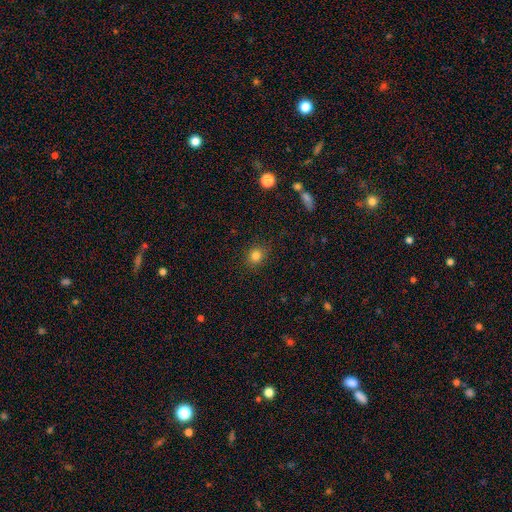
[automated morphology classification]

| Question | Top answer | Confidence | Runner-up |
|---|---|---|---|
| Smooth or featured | smooth | 81% | star or artifact (13%) |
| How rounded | round | 68% | in between (31%) |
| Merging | none | 88% | minor disturbance (8%) |